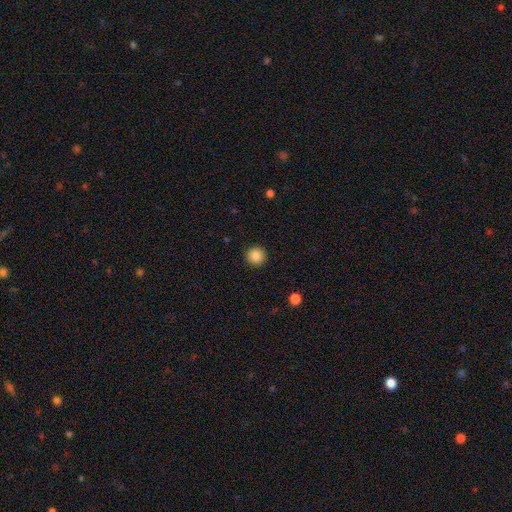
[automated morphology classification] This appears to be a smooth galaxy with no disk features (87%) that is round (94%). Merging: none (91%).